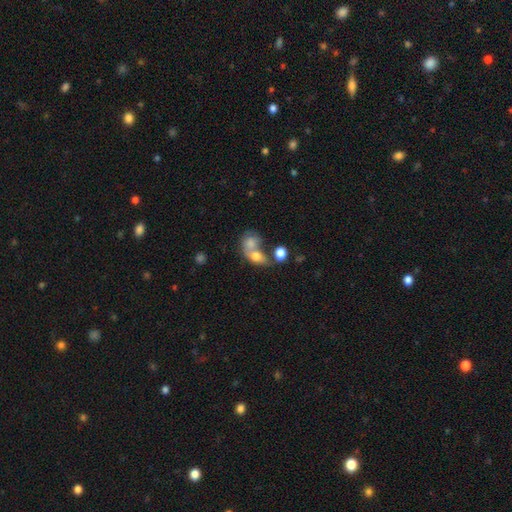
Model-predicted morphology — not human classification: The model was most divided on "how rounded": in between: 68%, round: 29%, cigar-shaped: 3%. More confident: smooth or featured — smooth (72%); merging — merger (62%).